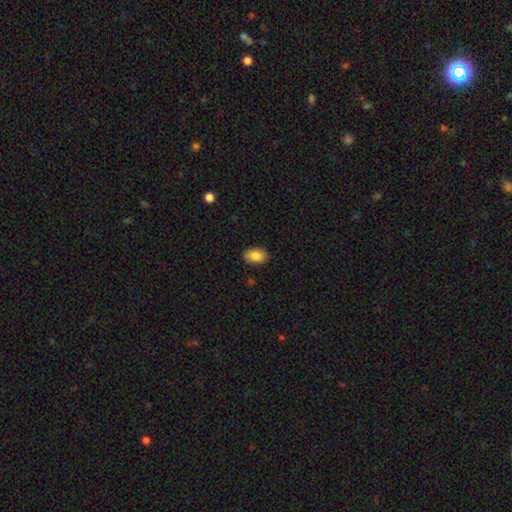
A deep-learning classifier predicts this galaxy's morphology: This is clearly a smooth galaxy (85%). How rounded: clearly in between (89%). Merging: clearly none (88%).